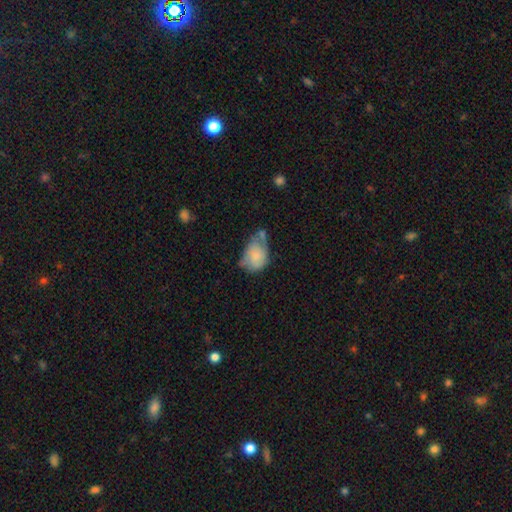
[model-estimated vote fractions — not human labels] Q: Smooth or featured?
A: smooth (66%); runner-up: featured or disk (27%)
Q: How rounded?
A: in between (76%); runner-up: round (22%)
Q: Merging?
A: minor disturbance (36%); runner-up: none (25%)